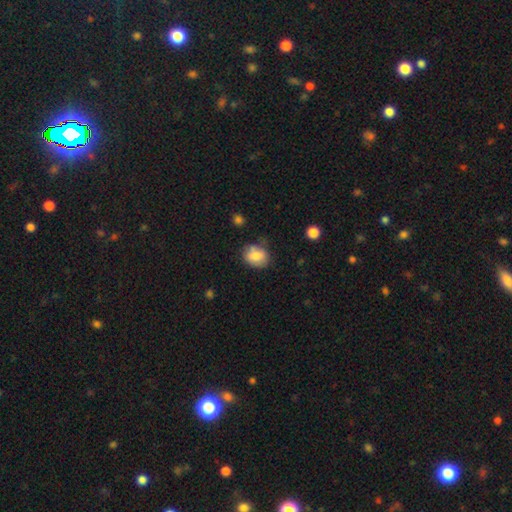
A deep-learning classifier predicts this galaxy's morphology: Smooth or featured: smooth — 78% (featured or disk — 13%)
How rounded: in between — 53% (round — 45%)
Merging: none — 62% (minor disturbance — 25%)